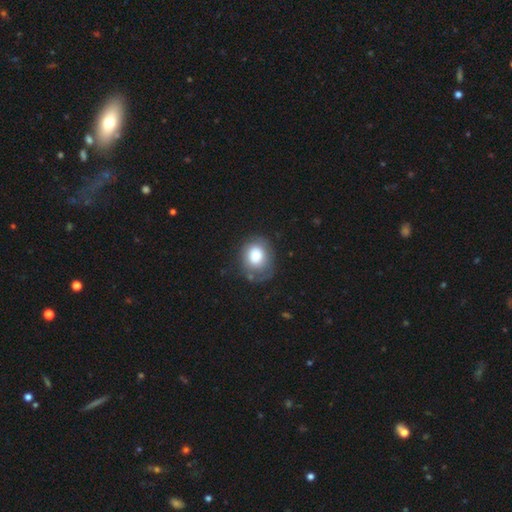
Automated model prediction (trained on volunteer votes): Smooth or featured?
  - smooth: 76% *
  - featured or disk: 16%
  - star or artifact: 8%
How rounded?
  - round: 60% *
  - in between: 39%
  - cigar-shaped: 1%
Merging?
  - none: 58% *
  - minor disturbance: 25%
  - major disturbance: 14%
  - merger: 3%